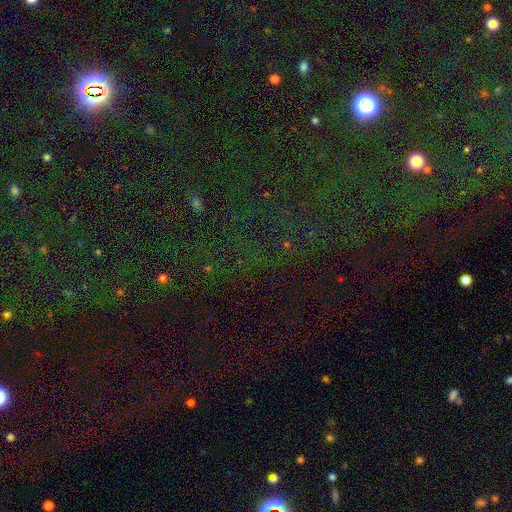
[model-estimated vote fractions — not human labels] star or artifact 76%, smooth 14%, featured or disk 9%.